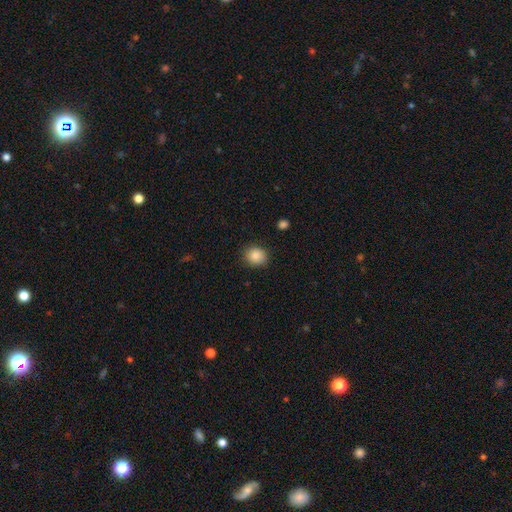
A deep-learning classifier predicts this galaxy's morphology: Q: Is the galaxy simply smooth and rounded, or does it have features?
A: smooth — 86%.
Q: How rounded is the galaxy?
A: round — 78%.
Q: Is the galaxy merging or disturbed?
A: none — 88%.